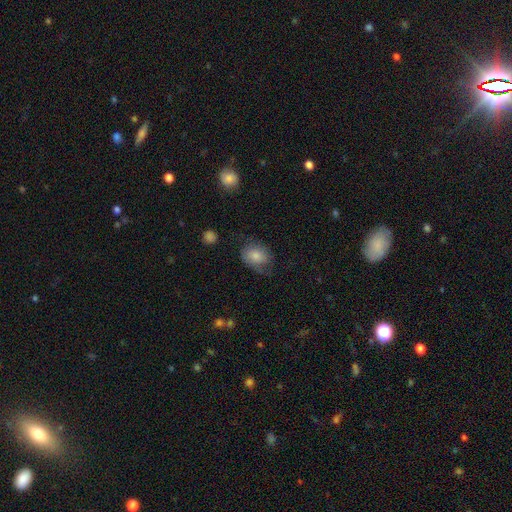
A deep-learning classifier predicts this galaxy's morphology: Smooth or featured? Predicted: smooth (p=0.67). How rounded? Predicted: in between (p=0.59). Merging? Predicted: none (p=0.54).